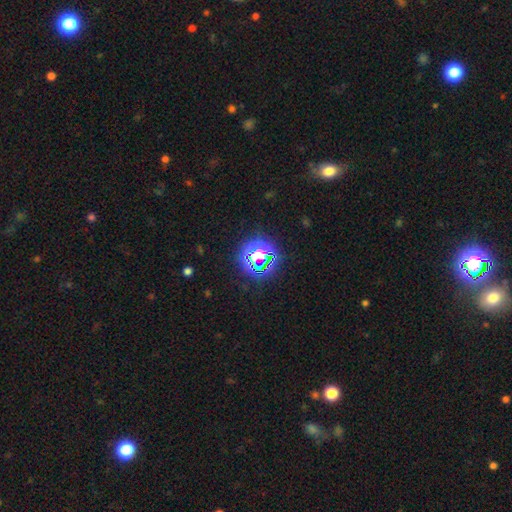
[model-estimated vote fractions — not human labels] smooth-or-featured: star or artifact: 73% | smooth: 18% | featured or disk: 10%